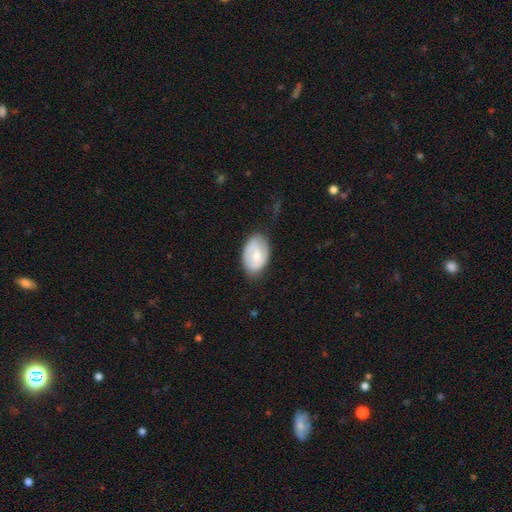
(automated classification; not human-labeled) A smooth galaxy with no disk features (48%).

Vote fractions:
- Smooth or featured? smooth: 48% / featured or disk: 46% / star or artifact: 6%
- Merging? none: 72% / minor disturbance: 21% / major disturbance: 5% / merger: 1%